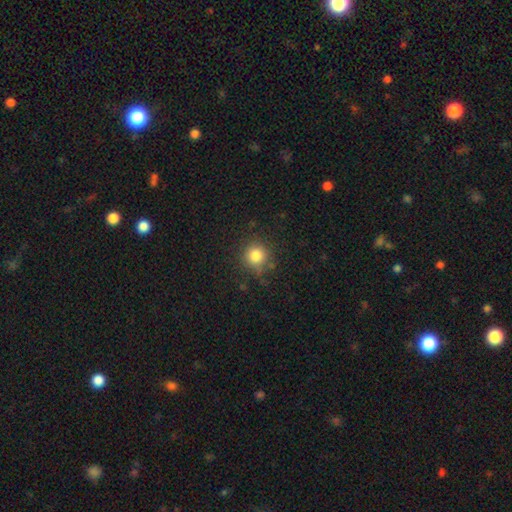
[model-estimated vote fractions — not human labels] smooth 82%, star or artifact 13%, featured or disk 6%. Down the decision tree: how rounded — round (93%); merging — none (82%).